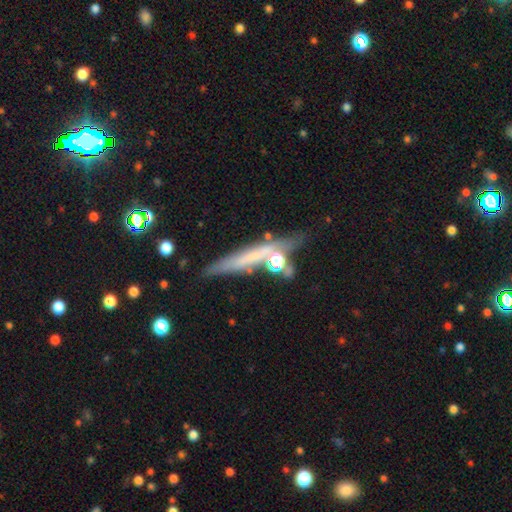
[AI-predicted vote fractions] This is marginally a smooth galaxy (44%). Merging: likely none (71%).